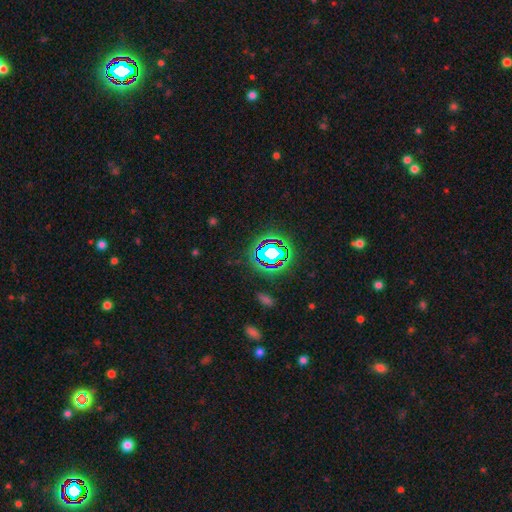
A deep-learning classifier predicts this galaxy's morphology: This appears to be a star or artifact, not a galaxy (73%).